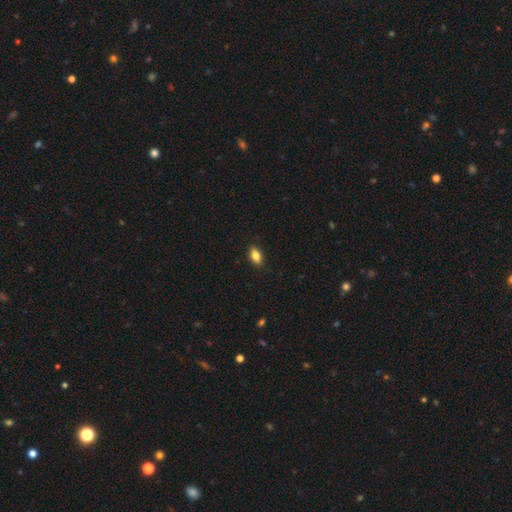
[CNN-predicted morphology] This appears to be a smooth galaxy with no disk features (81%) that is in between round and cigar-shaped (87%). Merging: none (88%).